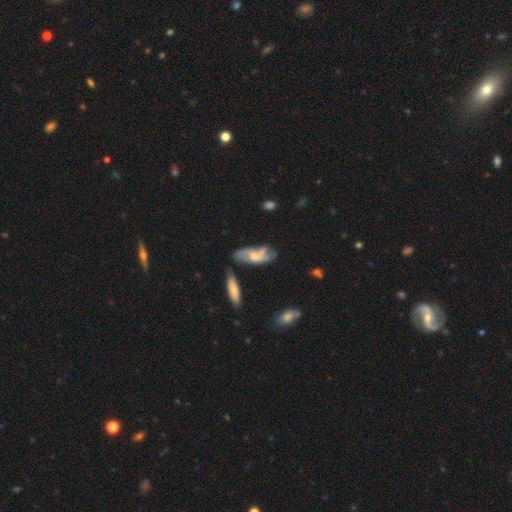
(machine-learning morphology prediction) Overall: featured or disk (60%; smooth 32%). Edge-on disk: no (85%). Bar: no (58%; weak 34%). Spiral arms: yes (73%). Bulge size: small (44%; moderate 42%). Merging: none (49%; minor disturbance 25%).